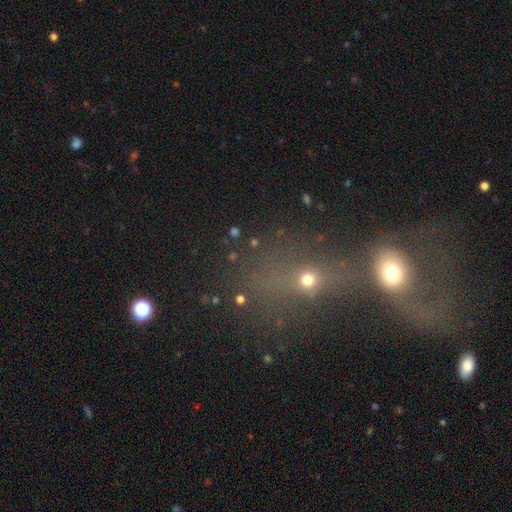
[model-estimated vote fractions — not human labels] smooth 43%, star or artifact 30%, featured or disk 27%. Down the decision tree: merging — merger (77%).